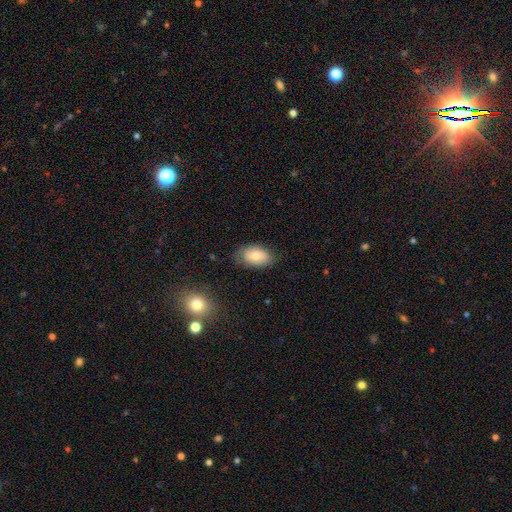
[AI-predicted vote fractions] This appears to be a smooth galaxy with no disk features (74%) that is in between round and cigar-shaped (91%). Merging: none (75%).